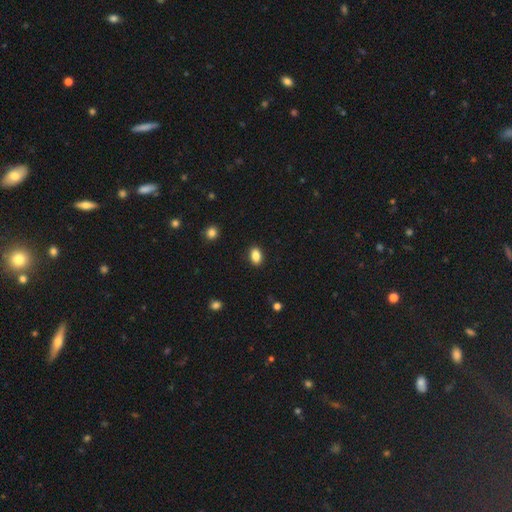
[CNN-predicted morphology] A smooth galaxy with no disk features (87%) that is in between round and cigar-shaped (84%).

Vote fractions:
- Smooth or featured? smooth: 87% / star or artifact: 9% / featured or disk: 4%
- How rounded? in between: 84% / round: 14% / cigar-shaped: 2%
- Merging? none: 89% / minor disturbance: 8% / major disturbance: 2% / merger: 1%